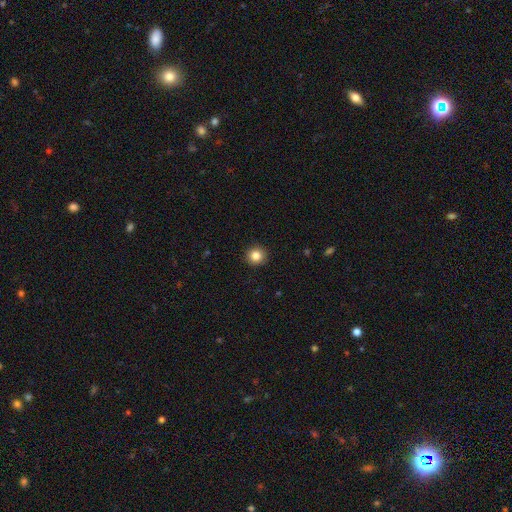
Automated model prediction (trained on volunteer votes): smooth 84%, star or artifact 10%, featured or disk 5%. Down the decision tree: how rounded — round (94%); merging — none (93%).